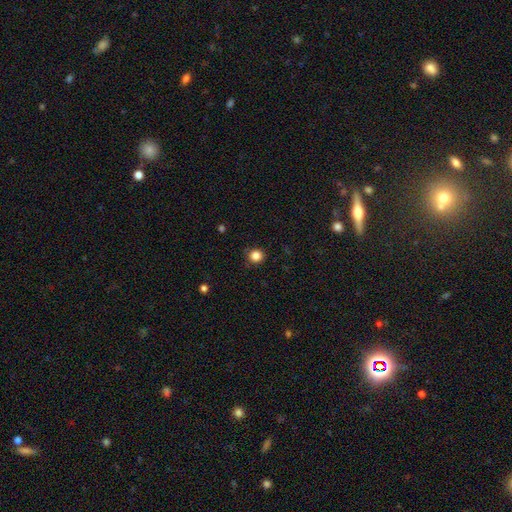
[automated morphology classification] A smooth galaxy with no disk features (85%) that is round (91%). Merging: none (89%).